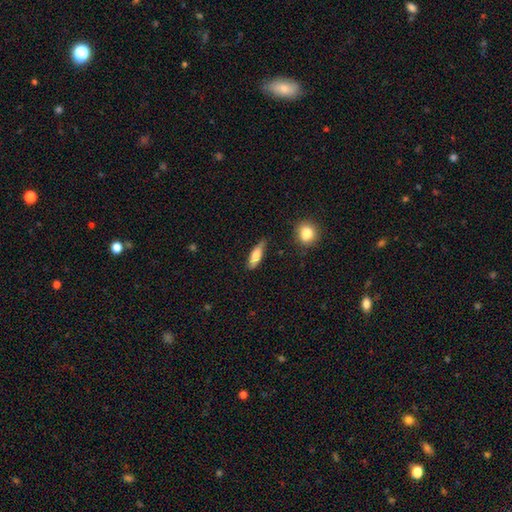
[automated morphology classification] smooth_or_featured: smooth (p=0.76) [alt: featured or disk p=0.17]
how_rounded: in between (p=0.50) [alt: cigar-shaped p=0.48]
merging: none (p=0.69) [alt: minor disturbance p=0.24]